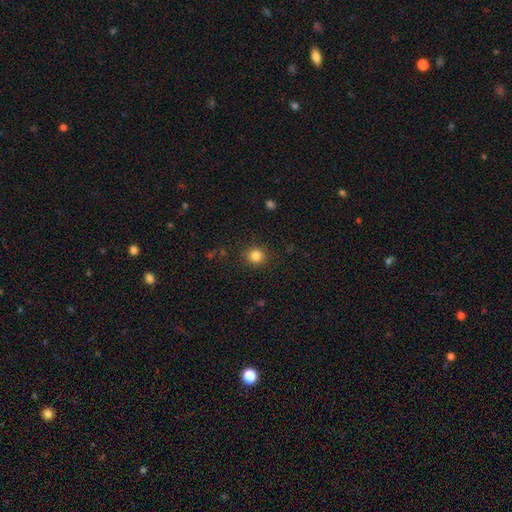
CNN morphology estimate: A smooth galaxy with no disk features (84%) that is round (86%).

Vote fractions:
- Smooth or featured? smooth: 84% / star or artifact: 11% / featured or disk: 5%
- How rounded? round: 86% / in between: 13% / cigar-shaped: 1%
- Merging? none: 88% / minor disturbance: 8% / major disturbance: 3% / merger: 1%